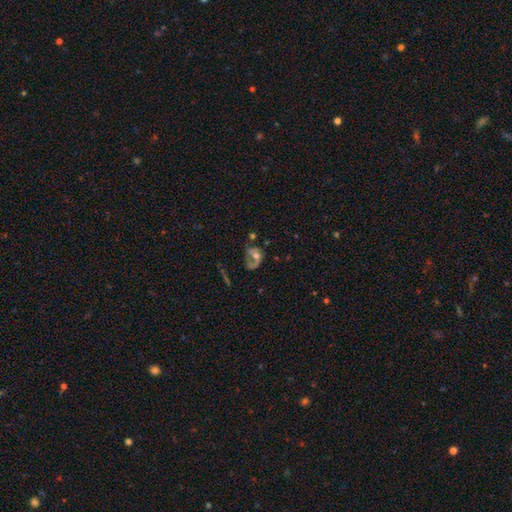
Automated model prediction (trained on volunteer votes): A featured or disk galaxy (56%) with no bar (79%), spiral arms (53%) and a moderate central bulge (58%). Merging: major disturbance (42%).